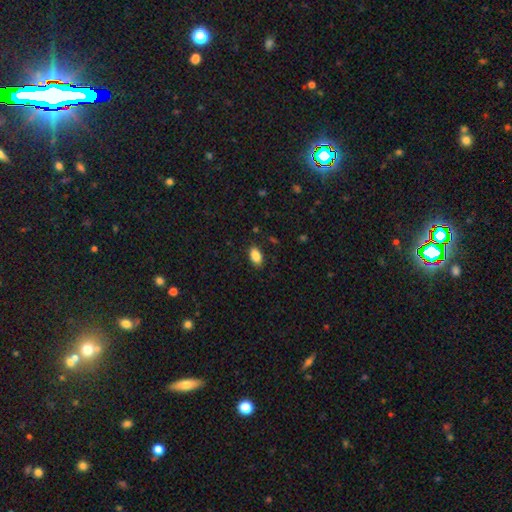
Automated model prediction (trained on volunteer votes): A smooth galaxy with no disk features (87%) that is in between round and cigar-shaped (92%).

Vote fractions:
- Smooth or featured? smooth: 87% / star or artifact: 8% / featured or disk: 5%
- How rounded? in between: 92% / round: 6% / cigar-shaped: 2%
- Merging? none: 86% / minor disturbance: 10% / major disturbance: 2% / merger: 1%